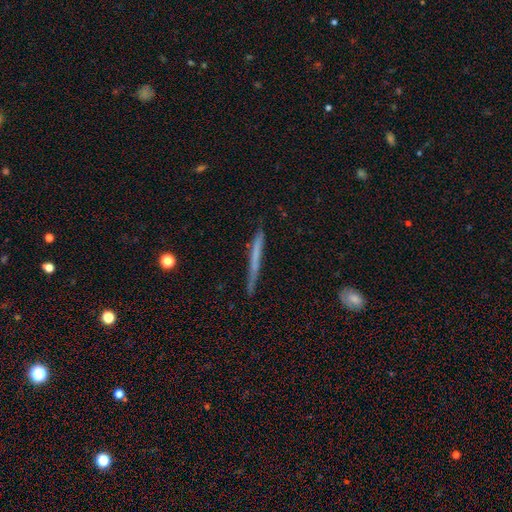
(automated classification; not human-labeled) smooth 49%, featured or disk 44%, star or artifact 7%. Down the decision tree: merging — none (82%).